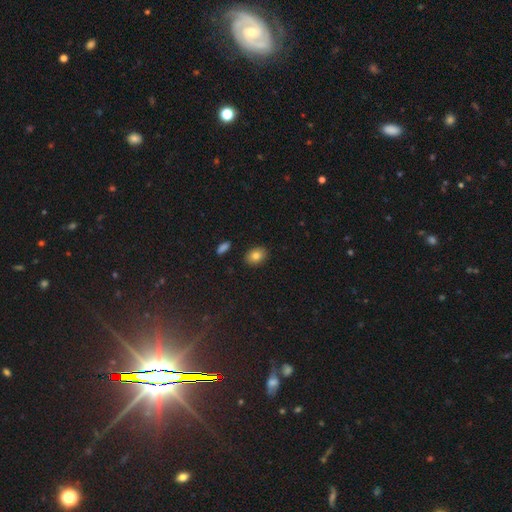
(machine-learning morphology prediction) This is clearly a smooth galaxy (82%). How rounded: likely in between (69%). Merging: clearly none (88%).